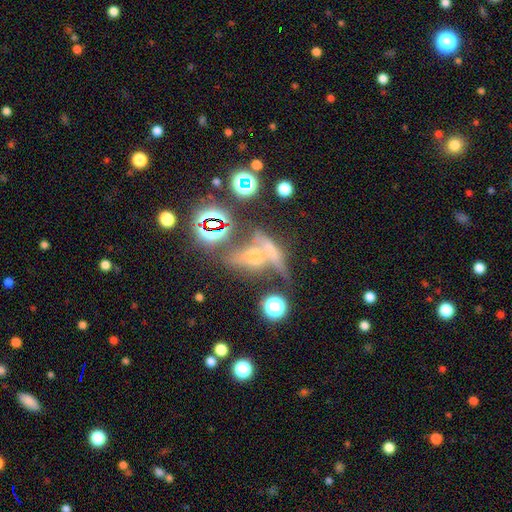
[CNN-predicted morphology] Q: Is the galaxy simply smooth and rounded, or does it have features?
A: smooth — 36%, tied with featured or disk.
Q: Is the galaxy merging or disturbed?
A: merger — 43%.